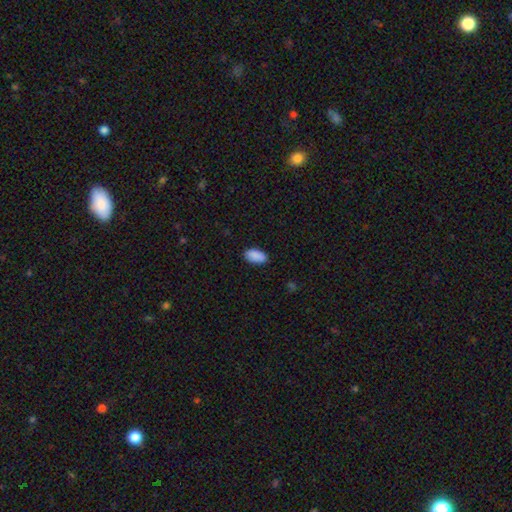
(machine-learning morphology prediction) type=smooth (90%); roundness=in between (94%); merging=none (87%).